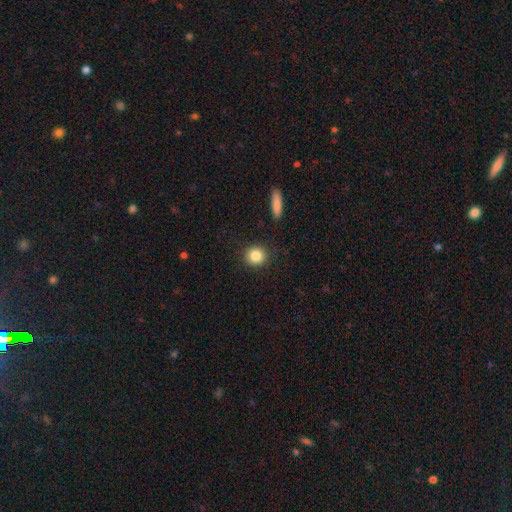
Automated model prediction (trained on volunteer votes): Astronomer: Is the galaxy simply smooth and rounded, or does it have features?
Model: smooth — 86%.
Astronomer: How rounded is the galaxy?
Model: round — 86%.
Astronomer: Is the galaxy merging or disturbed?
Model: none — 90%.